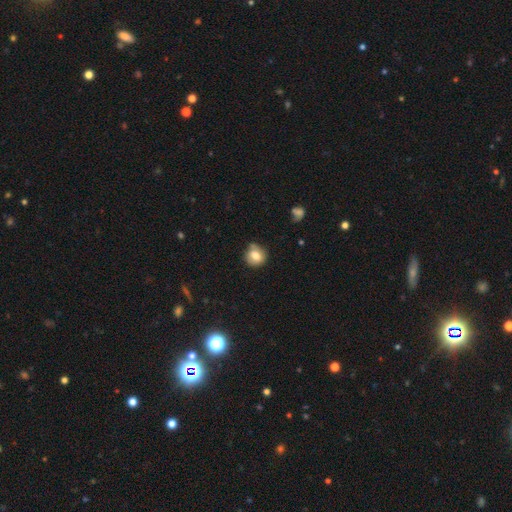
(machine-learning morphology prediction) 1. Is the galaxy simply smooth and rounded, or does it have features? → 76% smooth, 14% featured or disk, 10% star or artifact.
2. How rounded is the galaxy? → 84% round, 15% in between, 1% cigar-shaped.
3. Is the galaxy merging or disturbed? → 72% none, 19% minor disturbance, 4% merger, 4% major disturbance.